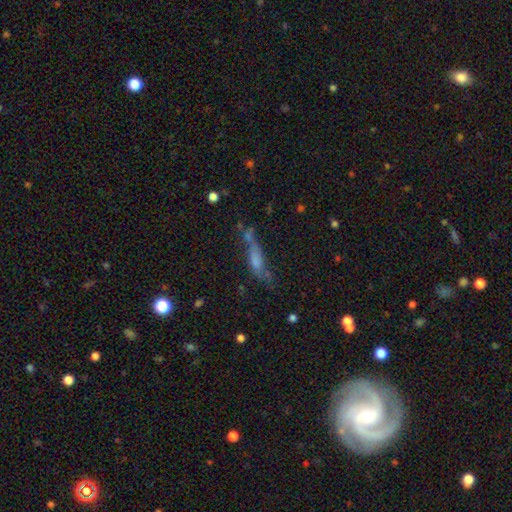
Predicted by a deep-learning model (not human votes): Smooth or featured: featured or disk — 42% (smooth — 37%)
Merging: none — 47% (minor disturbance — 22%)